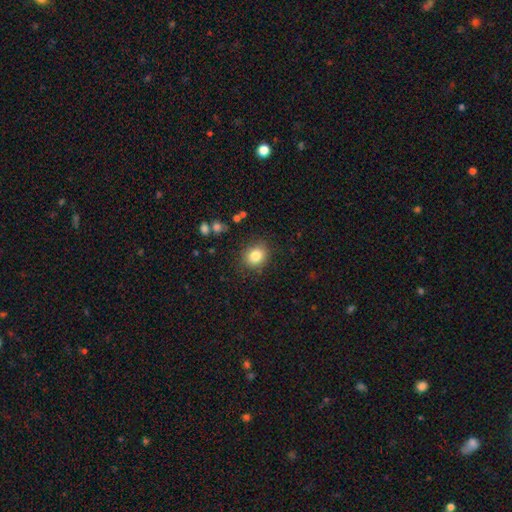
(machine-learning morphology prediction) Smooth or featured?
  - smooth: 83% *
  - star or artifact: 10%
  - featured or disk: 7%
How rounded?
  - round: 67% *
  - in between: 32%
  - cigar-shaped: 1%
Merging?
  - none: 85% *
  - minor disturbance: 11%
  - major disturbance: 3%
  - merger: 1%